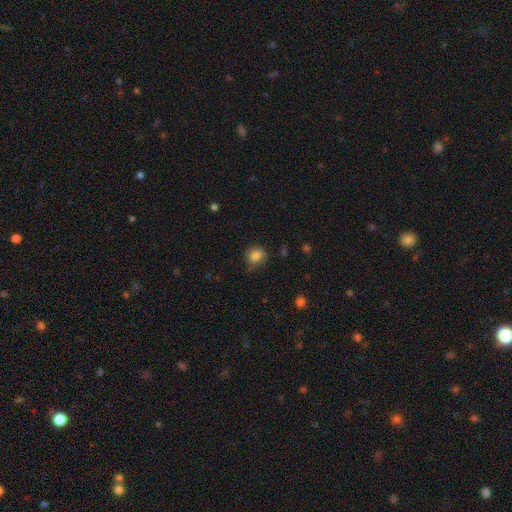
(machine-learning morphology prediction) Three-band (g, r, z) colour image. It shows a smooth galaxy with no disk features (83%) that is round (77%). Merging: none (66%).